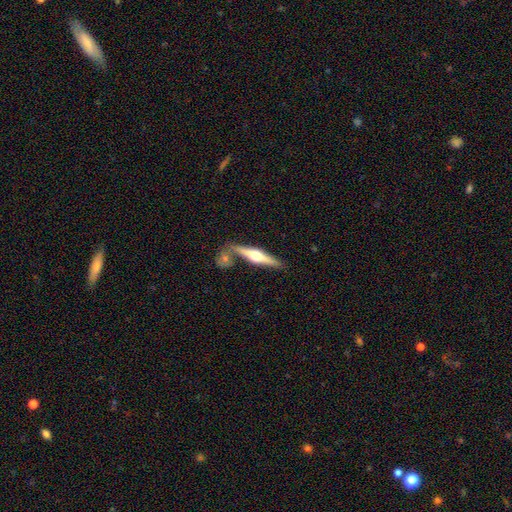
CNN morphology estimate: A featured or disk galaxy (69%) viewed edge-on (96%) with a rounded central bulge (94%). Merging: none (68%).